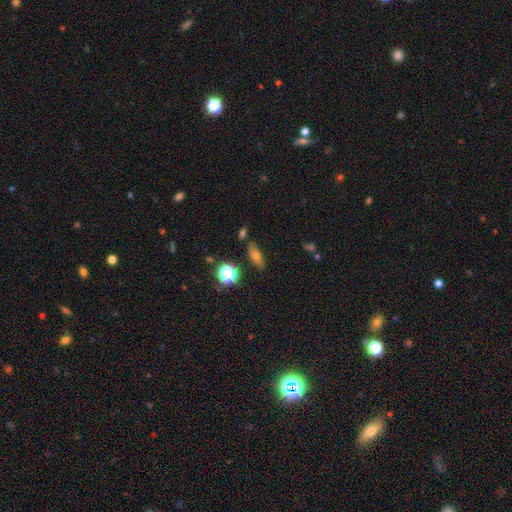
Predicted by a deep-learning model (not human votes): Smooth or featured?
  - smooth: 53% *
  - star or artifact: 25%
  - featured or disk: 22%
How rounded?
  - in between: 54% *
  - cigar-shaped: 29%
  - round: 17%
Merging?
  - none: 81% *
  - minor disturbance: 10%
  - merger: 6%
  - major disturbance: 3%